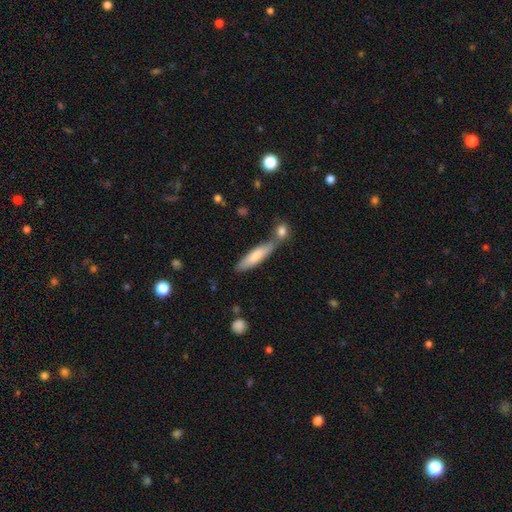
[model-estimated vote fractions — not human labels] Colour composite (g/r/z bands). It shows a smooth galaxy with no disk features (74%) that is cigar-shaped (70%). Merging: none (53%).